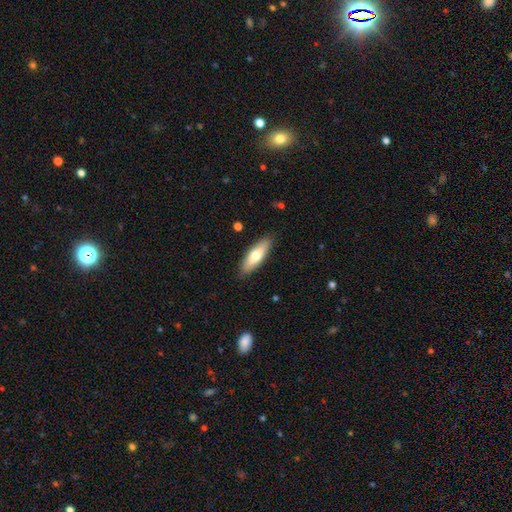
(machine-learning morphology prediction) A smooth galaxy with no disk features (68%) that is in between round and cigar-shaped (54%). Merging: none (88%).